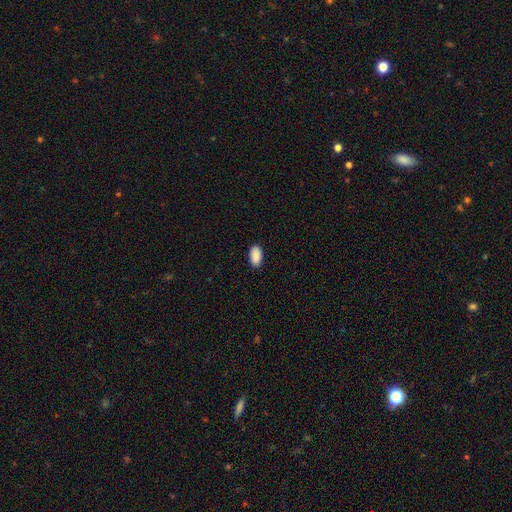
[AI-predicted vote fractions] This is clearly a smooth galaxy (90%). How rounded: clearly in between (95%). Merging: clearly none (89%).